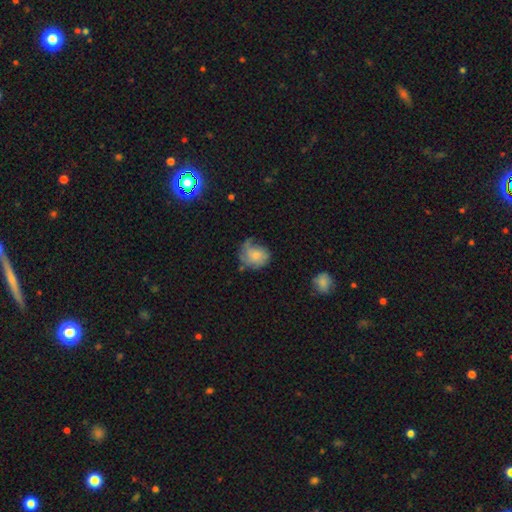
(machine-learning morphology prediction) Overall: smooth (57%; featured or disk 35%). How rounded: round (68%; in between 31%). Merging: none (39%; minor disturbance 33%).